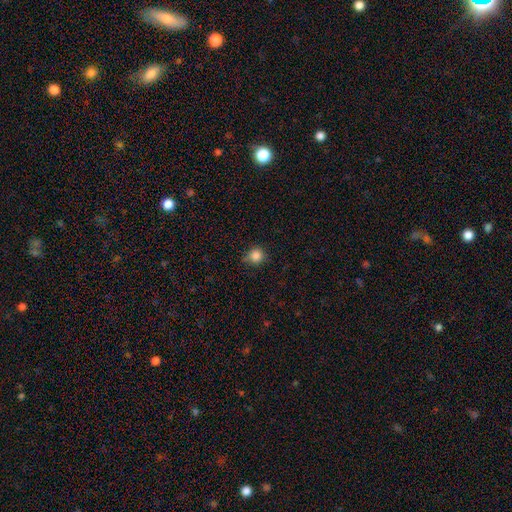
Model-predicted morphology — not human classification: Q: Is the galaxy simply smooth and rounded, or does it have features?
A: smooth — 85%.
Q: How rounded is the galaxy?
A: round — 90%.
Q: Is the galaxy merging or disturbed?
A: none — 74%.